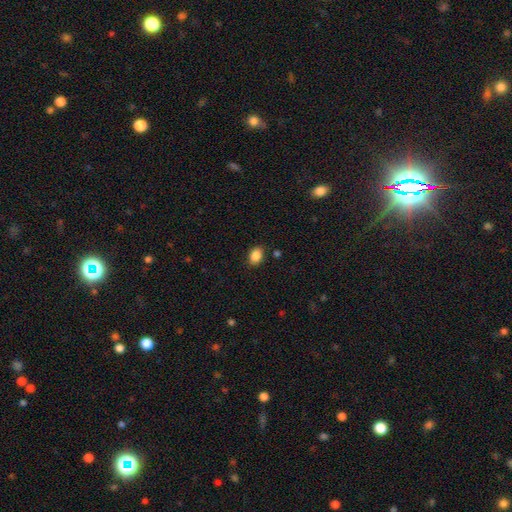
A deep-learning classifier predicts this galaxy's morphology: A smooth galaxy with no disk features (87%) that is in between round and cigar-shaped (71%). Merging: none (86%).